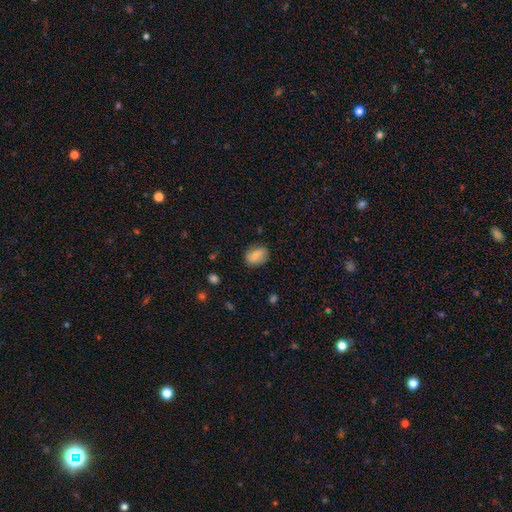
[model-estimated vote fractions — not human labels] Smooth or featured: smooth — 78% (featured or disk — 14%)
How rounded: in between — 71% (round — 27%)
Merging: none — 76% (minor disturbance — 18%)